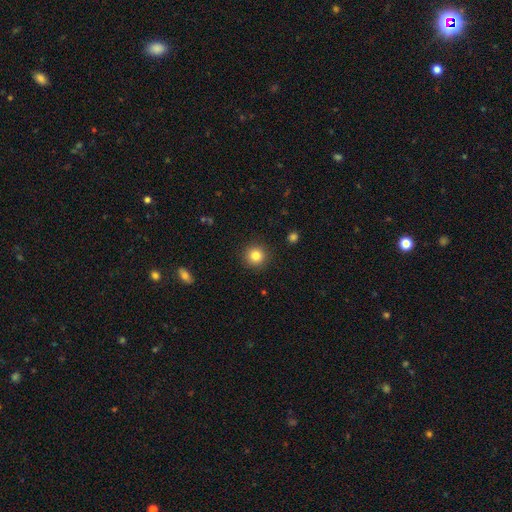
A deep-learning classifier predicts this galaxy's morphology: Smooth or featured? smooth (83%)
How rounded? round (95%)
Merging? none (91%)